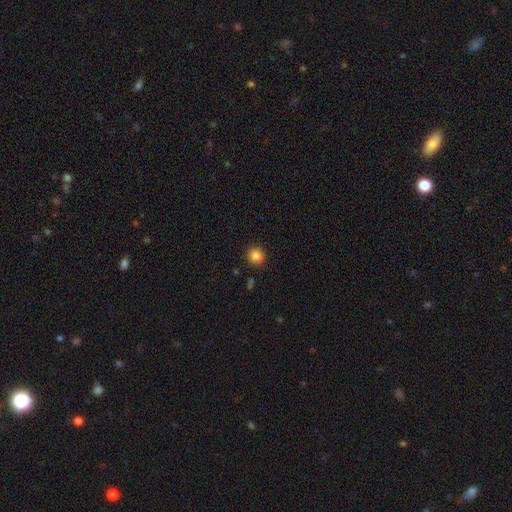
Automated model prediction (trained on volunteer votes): This is clearly a smooth galaxy (85%). How rounded: clearly round (93%). Merging: clearly none (91%).